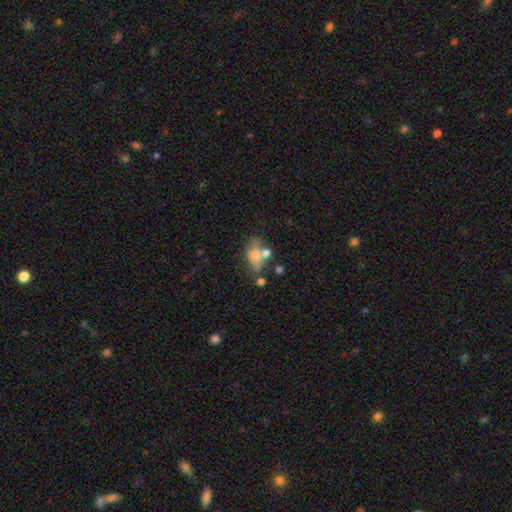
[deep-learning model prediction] Smooth or featured: smooth — 58% (featured or disk — 29%)
How rounded: in between — 78% (round — 15%)
Merging: none — 33% (merger — 28%)